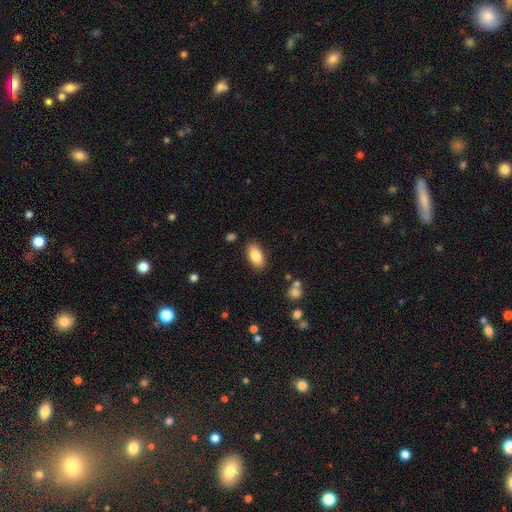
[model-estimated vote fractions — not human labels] Overall: smooth (85%). How rounded: in between (93%). Merging: none (86%).